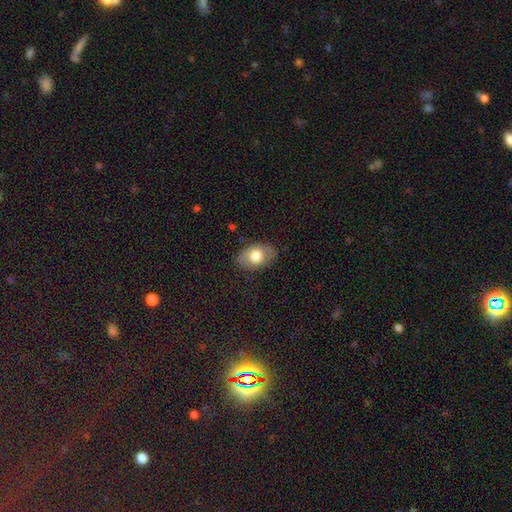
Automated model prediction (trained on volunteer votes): This is likely a smooth galaxy (65%). How rounded: clearly in between (85%). Merging: clearly none (81%).